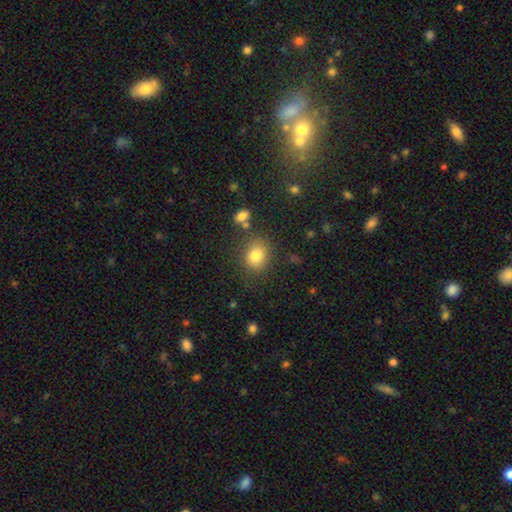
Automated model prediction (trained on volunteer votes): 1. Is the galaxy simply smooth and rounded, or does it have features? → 81% smooth, 11% star or artifact, 8% featured or disk.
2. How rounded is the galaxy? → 64% round, 35% in between, 1% cigar-shaped.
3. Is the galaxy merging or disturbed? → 78% none, 13% minor disturbance, 5% merger, 5% major disturbance.